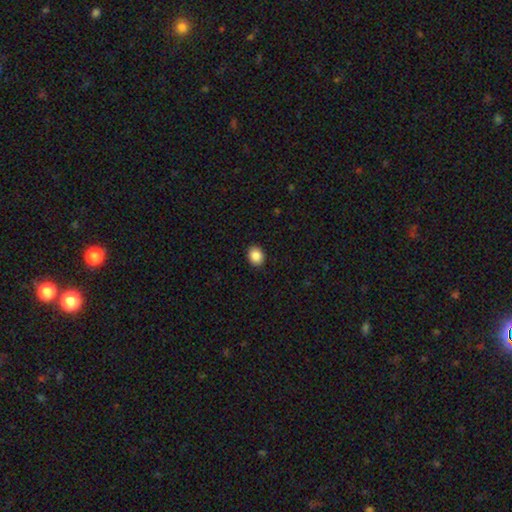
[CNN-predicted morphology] smooth-or-featured: smooth: 88% | star or artifact: 9% | featured or disk: 4%
  how-rounded: round: 54% | in between: 45% | cigar-shaped: 1%
  merging: none: 91% | minor disturbance: 7% | major disturbance: 2% | merger: 1%